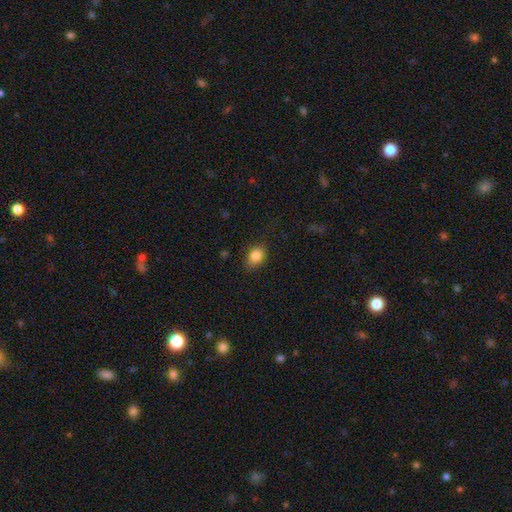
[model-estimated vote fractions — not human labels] A smooth galaxy with no disk features (86%) that is in between round and cigar-shaped (61%).

Vote fractions:
- Smooth or featured? smooth: 86% / star or artifact: 9% / featured or disk: 5%
- How rounded? in between: 61% / round: 37% / cigar-shaped: 1%
- Merging? none: 81% / minor disturbance: 15% / major disturbance: 4% / merger: 1%